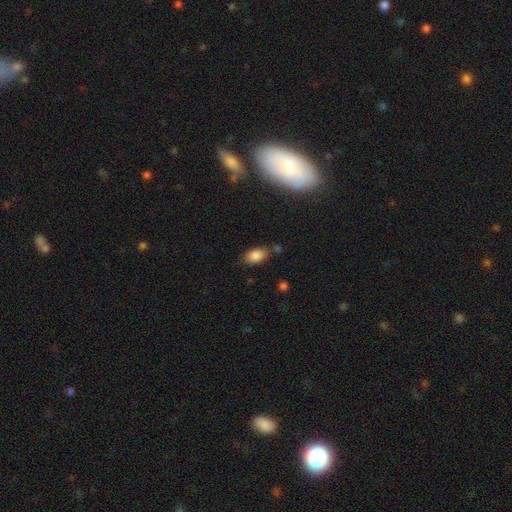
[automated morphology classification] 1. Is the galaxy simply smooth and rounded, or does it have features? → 84% smooth, 9% star or artifact, 8% featured or disk.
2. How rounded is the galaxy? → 90% in between, 7% round, 3% cigar-shaped.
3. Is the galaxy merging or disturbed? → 73% none, 17% minor disturbance, 6% merger, 4% major disturbance.